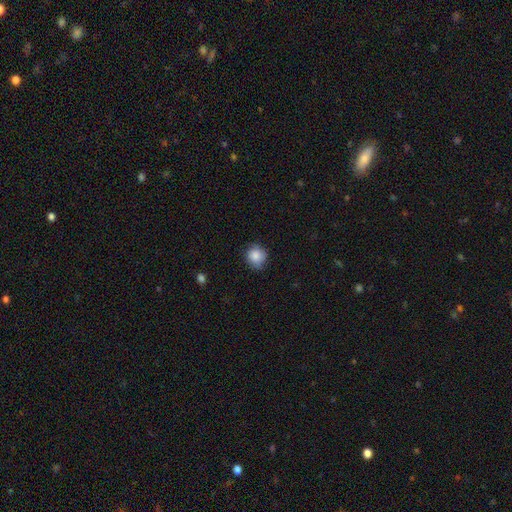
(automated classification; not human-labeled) smooth-or-featured: smooth: 85% | star or artifact: 8% | featured or disk: 7%
  how-rounded: round: 86% | in between: 13% | cigar-shaped: 1%
  merging: none: 72% | minor disturbance: 23% | major disturbance: 4% | merger: 1%